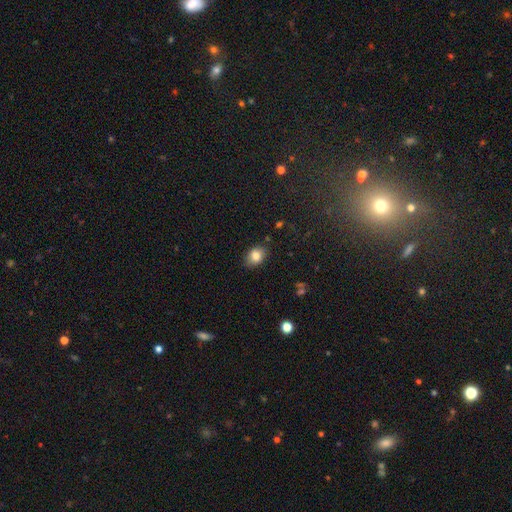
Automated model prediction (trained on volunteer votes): This appears to be a smooth galaxy with no disk features (83%) that is in between round and cigar-shaped (74%). Merging: none (83%).